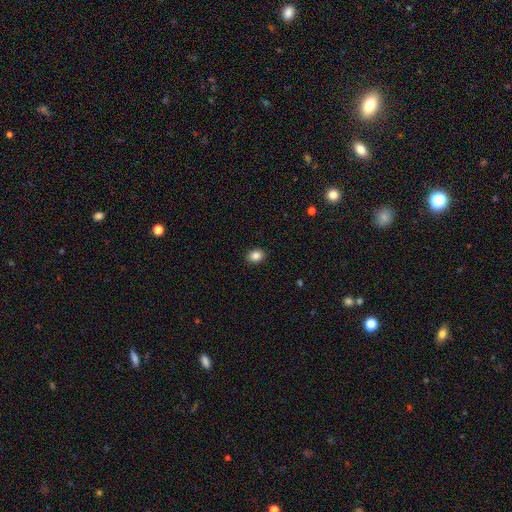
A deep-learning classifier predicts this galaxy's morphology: Smooth or featured? Predicted: smooth (p=0.87). How rounded? Predicted: in between (p=0.60). Merging? Predicted: none (p=0.91).